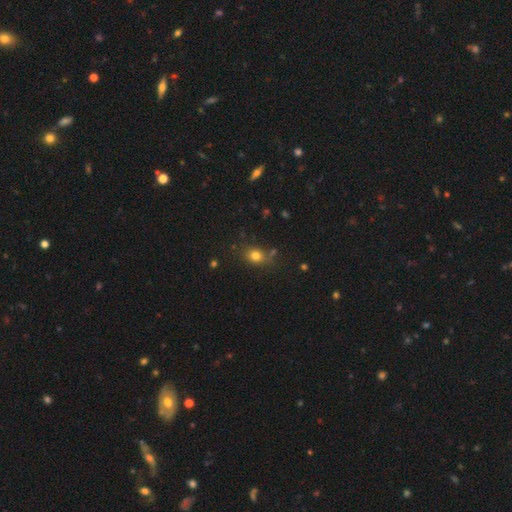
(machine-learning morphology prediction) smooth 77%, star or artifact 14%, featured or disk 8%. Down the decision tree: how rounded — round (54%); merging — none (73%).